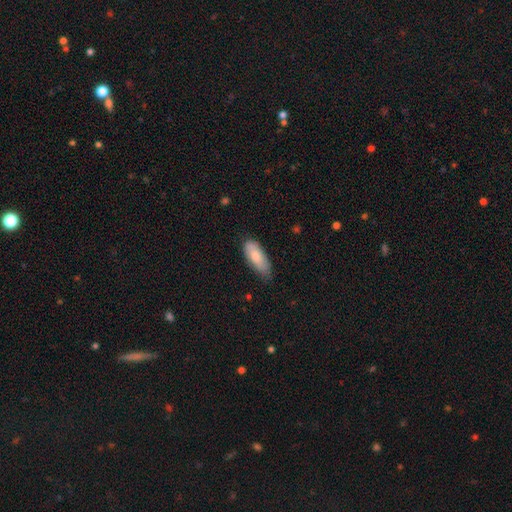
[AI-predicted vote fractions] Smooth or featured?
  - smooth: 80% *
  - featured or disk: 14%
  - star or artifact: 6%
How rounded?
  - in between: 77% *
  - cigar-shaped: 21%
  - round: 2%
Merging?
  - none: 62% *
  - minor disturbance: 31%
  - major disturbance: 5%
  - merger: 1%